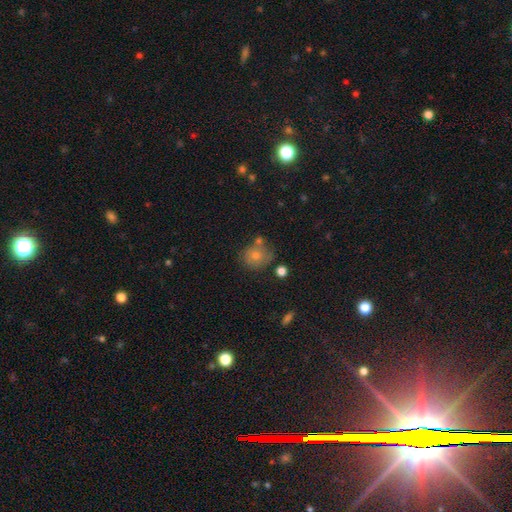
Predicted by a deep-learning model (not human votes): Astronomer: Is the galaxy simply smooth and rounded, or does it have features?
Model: smooth — 75%.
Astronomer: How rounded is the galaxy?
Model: round — 81%.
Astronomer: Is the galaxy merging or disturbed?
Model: none — 58%.